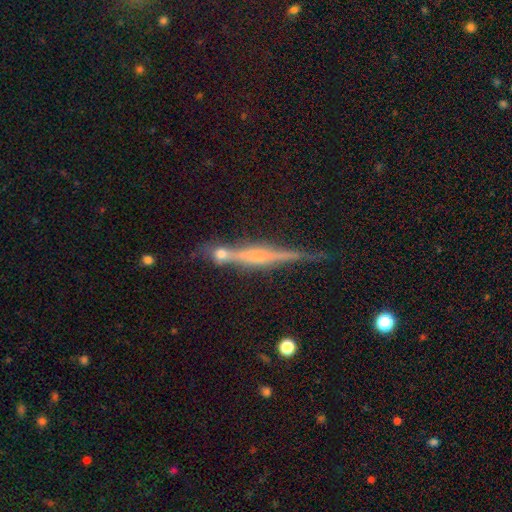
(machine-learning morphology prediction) type=featured or disk (75%); edge-on=yes (97%); edge-on bulge=rounded (60%); merging=none (73%).